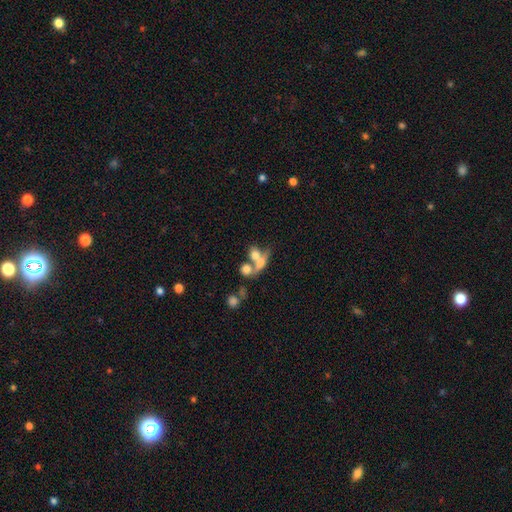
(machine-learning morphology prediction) The model was most divided on "how rounded": round: 48%, in between: 43%, cigar-shaped: 9%. More confident: smooth or featured — smooth (60%); merging — merger (57%).